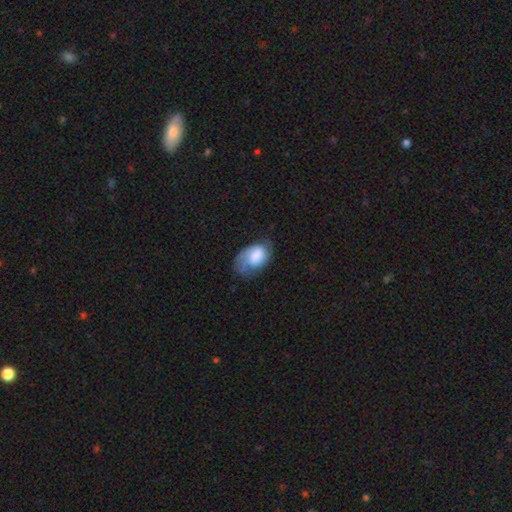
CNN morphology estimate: This is possibly a smooth galaxy (56%). How rounded: clearly in between (87%). Merging: marginally none (40%).